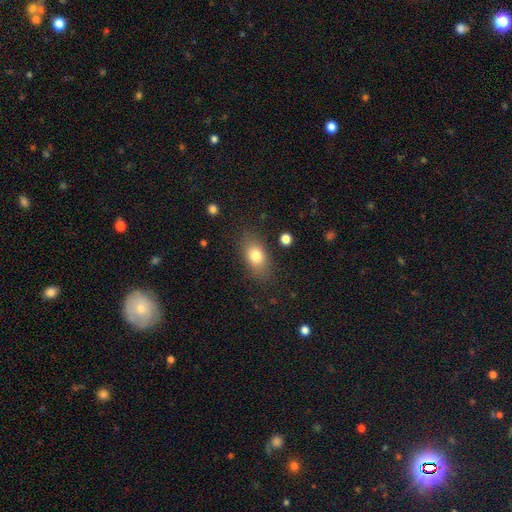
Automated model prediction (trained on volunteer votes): smooth_or_featured: smooth (p=0.79) [alt: featured or disk p=0.12]
how_rounded: in between (p=0.83) [alt: round p=0.13]
merging: none (p=0.82) [alt: minor disturbance p=0.12]